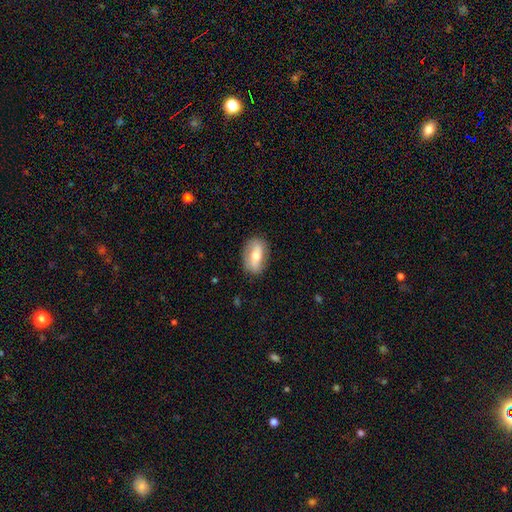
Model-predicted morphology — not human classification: smooth 52%, featured or disk 41%, star or artifact 7%. Down the decision tree: how rounded — in between (86%); merging — none (83%).